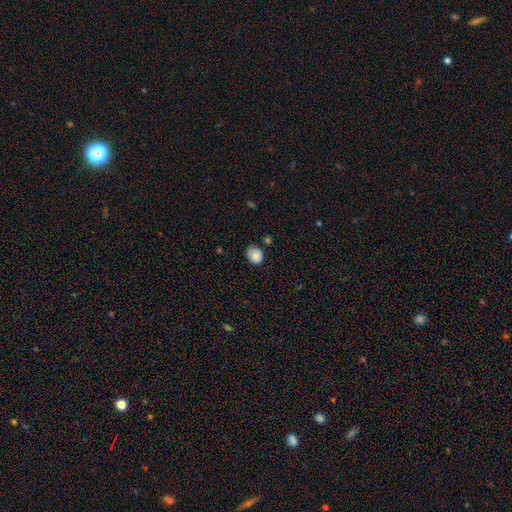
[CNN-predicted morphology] A smooth galaxy with no disk features (84%) that is round (68%). Merging: none (71%).